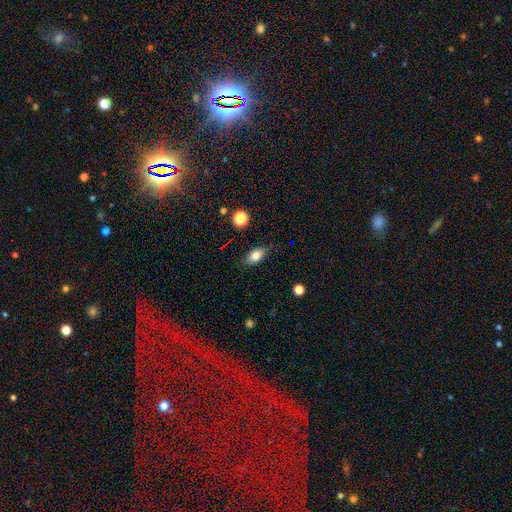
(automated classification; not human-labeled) smooth_or_featured: smooth (p=0.80) [alt: featured or disk p=0.11]
how_rounded: in between (p=0.84) [alt: round p=0.12]
merging: none (p=0.78) [alt: minor disturbance p=0.17]